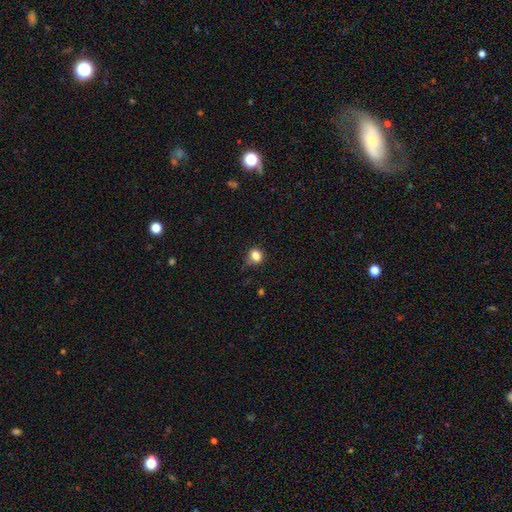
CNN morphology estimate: Q: Smooth or featured?
A: smooth (83%); runner-up: star or artifact (11%)
Q: How rounded?
A: round (69%); runner-up: in between (30%)
Q: Merging?
A: none (69%); runner-up: minor disturbance (24%)